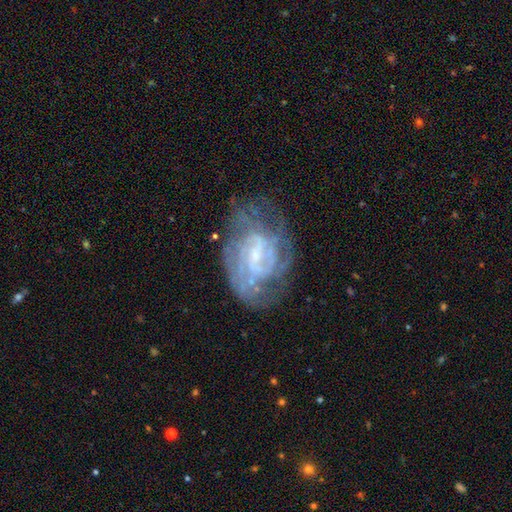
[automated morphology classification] Smooth or featured: featured or disk — 80% (smooth — 12%)
Edge-on disk: no — 97% (yes — 3%)
Bar: weak — 54% (no — 29%)
Spiral arms: yes — 84% (no — 16%)
Spiral winding: tight — 56% (medium — 34%)
Spiral arm count: can't tell — 48% (2 — 20%)
Bulge size: small — 53% (moderate — 24%)
Merging: none — 60% (minor disturbance — 22%)